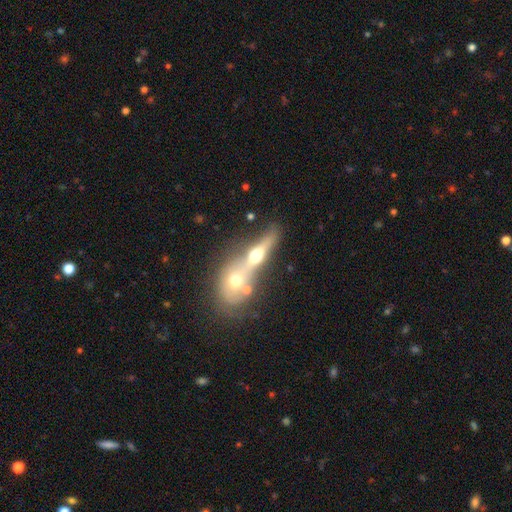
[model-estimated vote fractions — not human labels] This appears to be a featured or disk galaxy (47%). Merging: merger (72%).